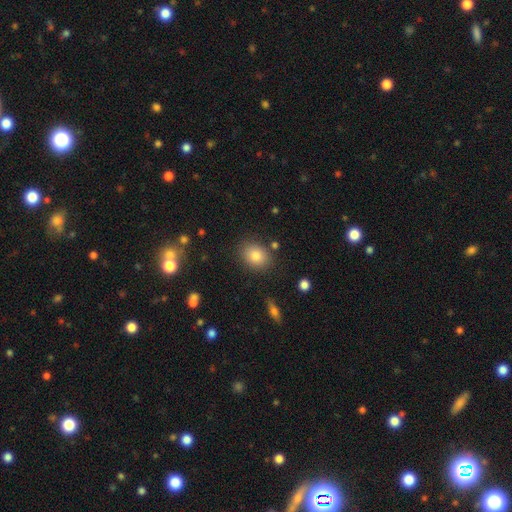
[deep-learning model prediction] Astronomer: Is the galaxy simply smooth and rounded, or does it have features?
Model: smooth — 80%.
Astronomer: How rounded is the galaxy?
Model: in between — 51% (runner-up: round, 48%).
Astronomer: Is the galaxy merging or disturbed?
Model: none — 84%.